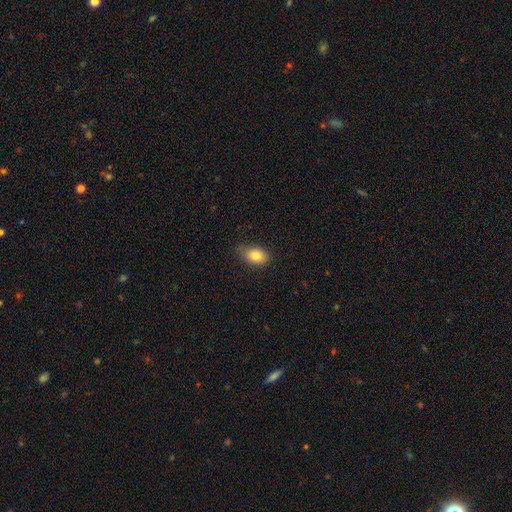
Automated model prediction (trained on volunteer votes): A smooth galaxy with no disk features (82%) that is in between round and cigar-shaped (84%). Merging: none (71%).